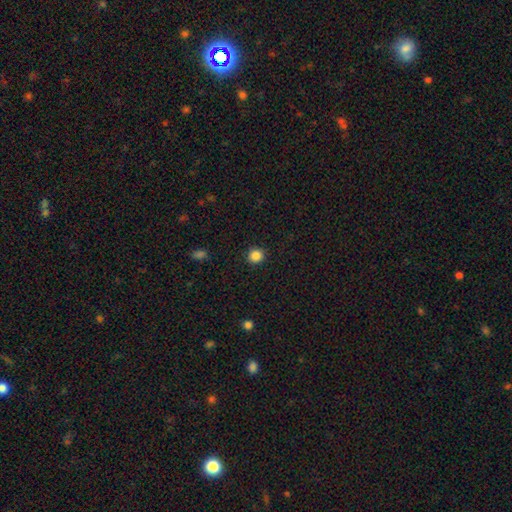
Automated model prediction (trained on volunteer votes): Smooth or featured? Predicted: smooth (p=0.85). How rounded? Predicted: round (p=0.90). Merging? Predicted: none (p=0.92).